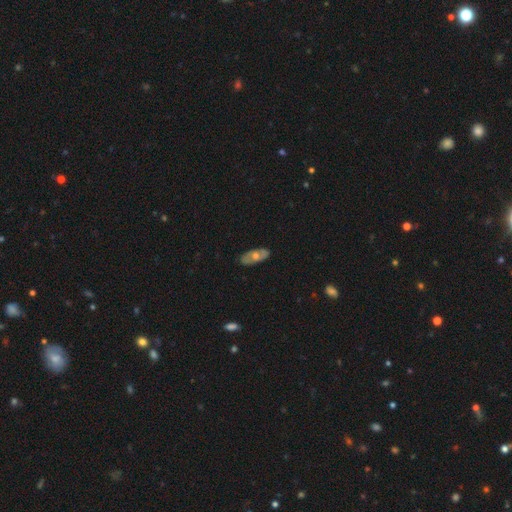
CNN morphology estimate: Smooth or featured?
  - featured or disk: 52% *
  - smooth: 41%
  - star or artifact: 7%
Edge-on disk?
  - no: 80% *
  - yes: 20%
Merging?
  - none: 85% *
  - minor disturbance: 11%
  - major disturbance: 2%
  - merger: 1%